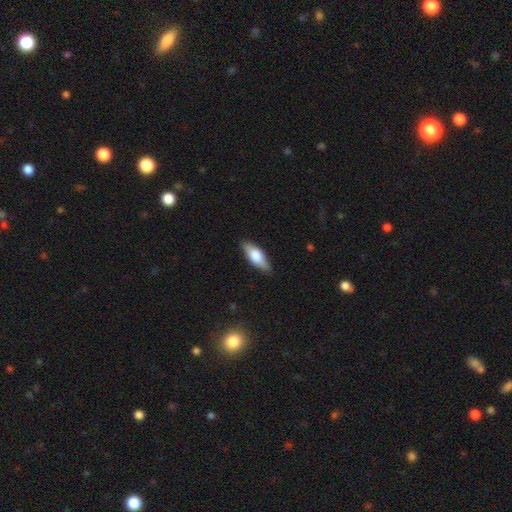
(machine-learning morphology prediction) Overall: smooth (69%). How rounded: in between (71%). Merging: none (87%).